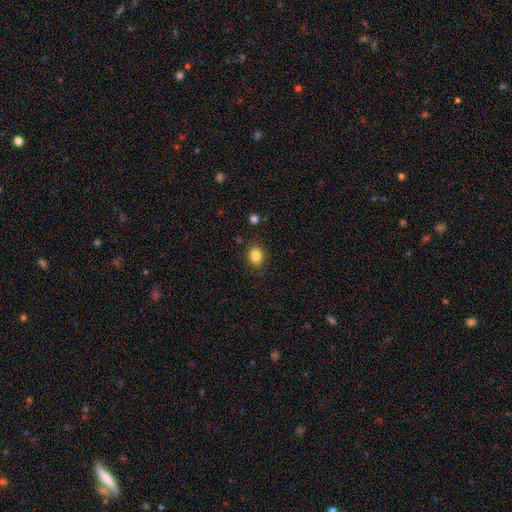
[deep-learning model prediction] A smooth galaxy with no disk features (85%) that is round (53%). Merging: none (86%).